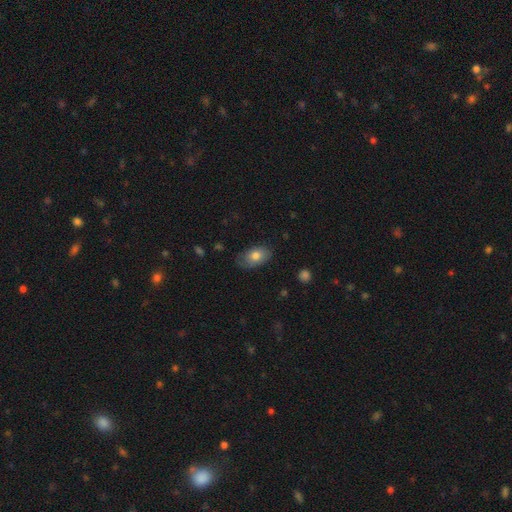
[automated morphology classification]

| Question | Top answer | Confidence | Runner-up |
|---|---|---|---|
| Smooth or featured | smooth | 76% | featured or disk (17%) |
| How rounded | in between | 91% | round (8%) |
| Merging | none | 71% | minor disturbance (23%) |